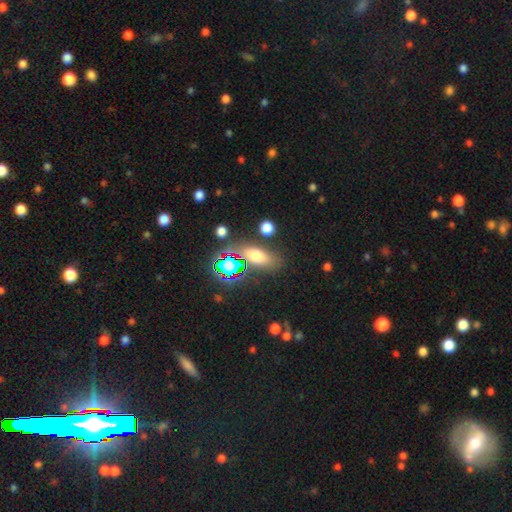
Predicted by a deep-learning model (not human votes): A smooth galaxy with no disk features (63%) that is in between round and cigar-shaped (68%). Merging: none (75%).